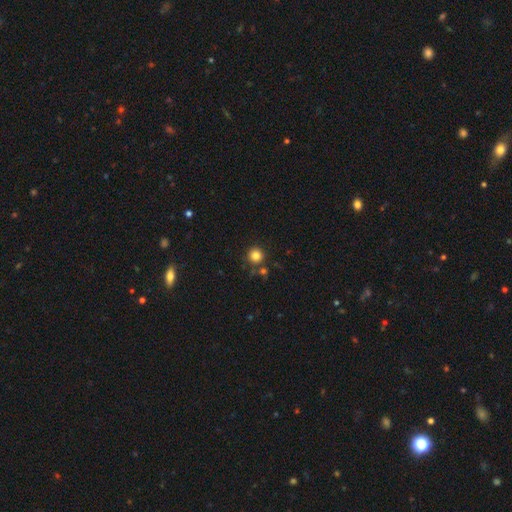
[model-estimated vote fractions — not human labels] A smooth galaxy with no disk features (83%) that is round (95%). Merging: none (82%).